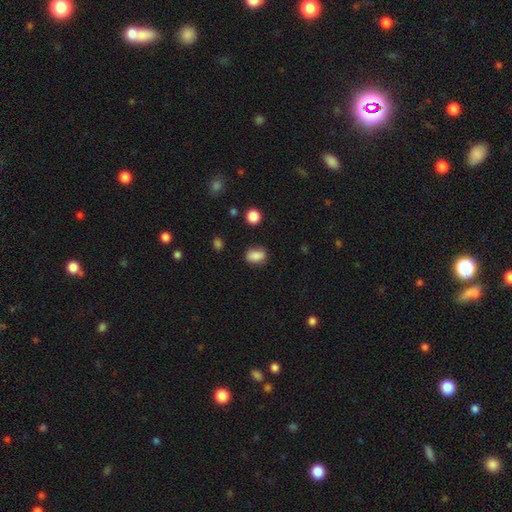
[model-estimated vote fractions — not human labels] Q: Smooth or featured?
A: smooth (86%); runner-up: star or artifact (9%)
Q: How rounded?
A: in between (77%); runner-up: round (22%)
Q: Merging?
A: none (79%); runner-up: minor disturbance (15%)